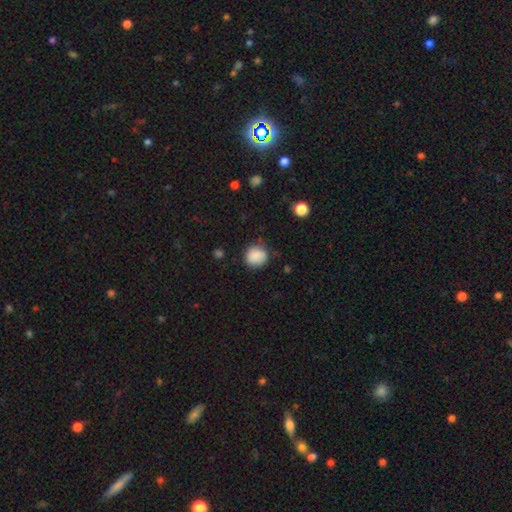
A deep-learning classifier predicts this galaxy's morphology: A smooth galaxy with no disk features (87%) that is round (86%).

Vote fractions:
- Smooth or featured? smooth: 87% / star or artifact: 9% / featured or disk: 4%
- How rounded? round: 86% / in between: 13% / cigar-shaped: 1%
- Merging? none: 80% / minor disturbance: 14% / major disturbance: 4% / merger: 2%